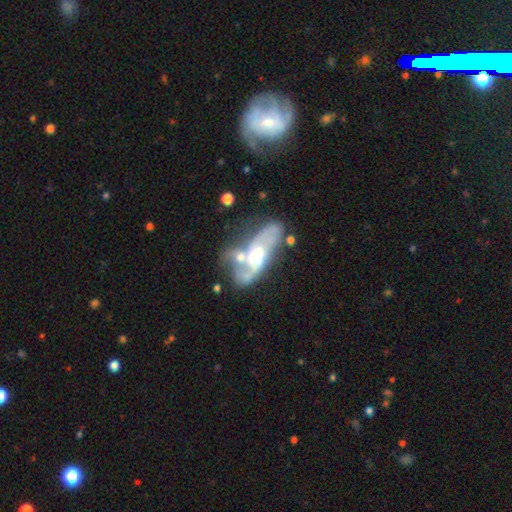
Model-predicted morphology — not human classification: This appears to be a featured or disk galaxy (77%) with no bar (59%), 2 (69%) loose (46%) spiral arms (77%) and a moderate central bulge (58%). Merging: merger (33%).